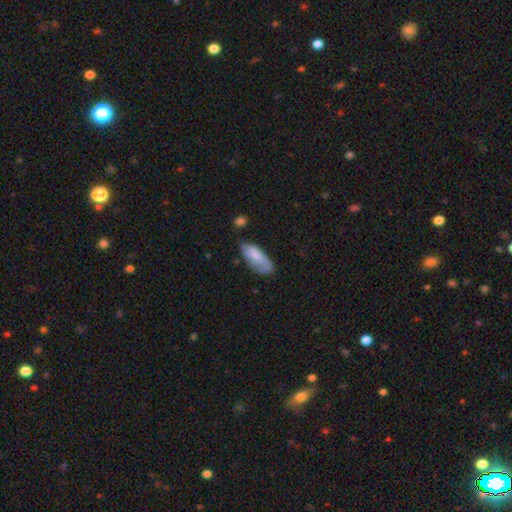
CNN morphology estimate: Smooth or featured? Predicted: smooth (p=0.67). How rounded? Predicted: in between (p=0.82). Merging? Predicted: none (p=0.50).